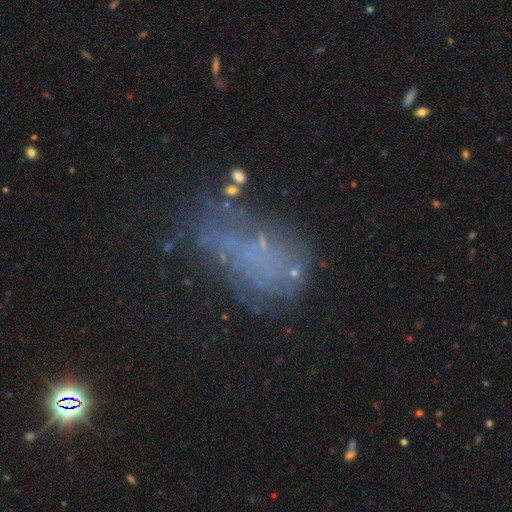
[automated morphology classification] type=featured or disk (39%); merging=none (40%).